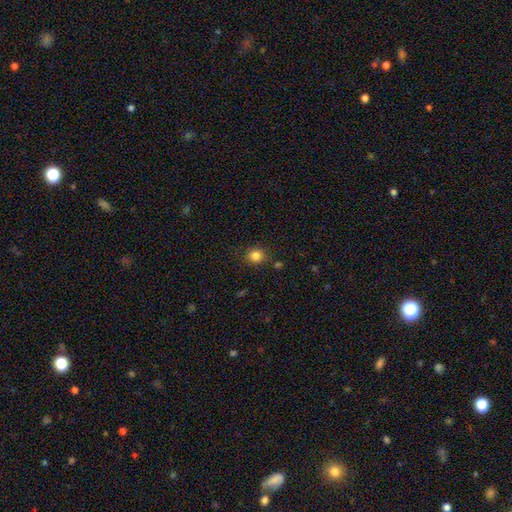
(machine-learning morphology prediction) Overall: smooth (83%). How rounded: round (83%). Merging: none (86%).